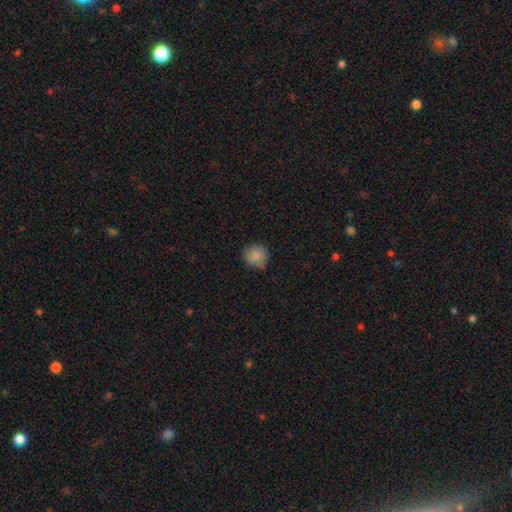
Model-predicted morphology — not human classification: Overall: smooth (86%). How rounded: round (91%). Merging: none (76%).